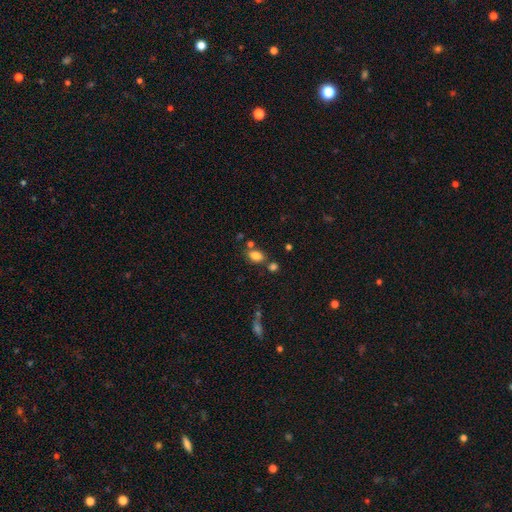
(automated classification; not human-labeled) This appears to be a smooth galaxy with no disk features (82%) that is in between round and cigar-shaped (79%). Merging: none (67%).